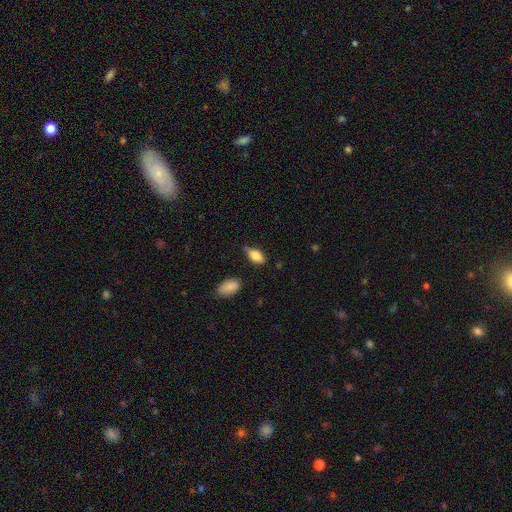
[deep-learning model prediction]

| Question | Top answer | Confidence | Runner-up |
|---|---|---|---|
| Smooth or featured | smooth | 81% | featured or disk (12%) |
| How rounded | in between | 89% | cigar-shaped (6%) |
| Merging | none | 63% | minor disturbance (28%) |